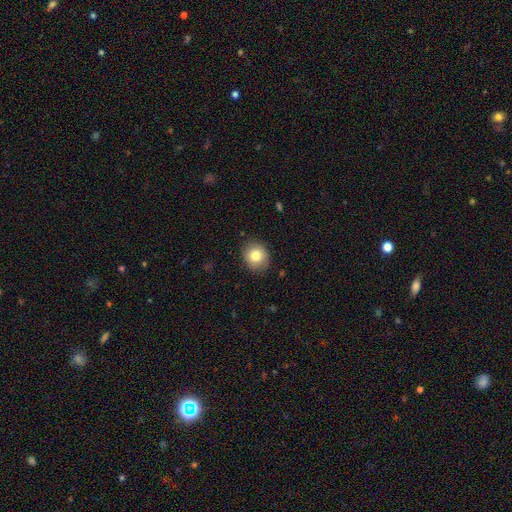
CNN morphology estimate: This is clearly a smooth galaxy (81%). How rounded: likely round (74%). Merging: clearly none (87%).